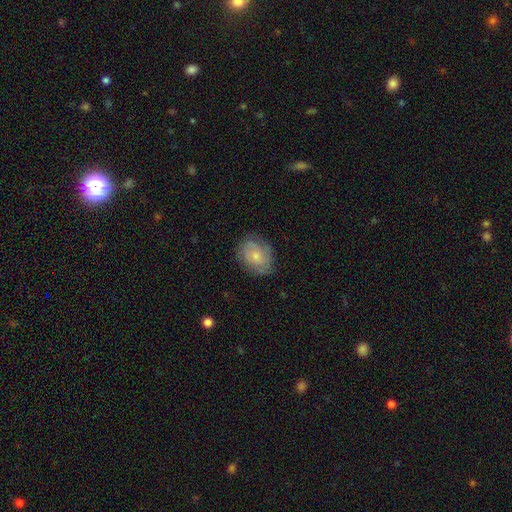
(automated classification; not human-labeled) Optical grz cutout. It shows a smooth galaxy with no disk features (49%). Merging: none (71%).